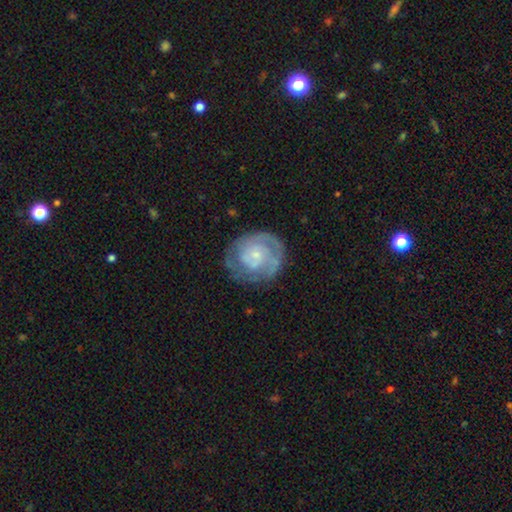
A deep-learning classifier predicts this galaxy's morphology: Overall: featured or disk (76%). Edge-on disk: no (98%). Bar: no (74%). Spiral arms: yes (87%). Spiral arm count: can't tell (37%; 2 30%). Spiral winding: tight (63%; medium 28%). Bulge size: small (72%). Merging: none (67%).